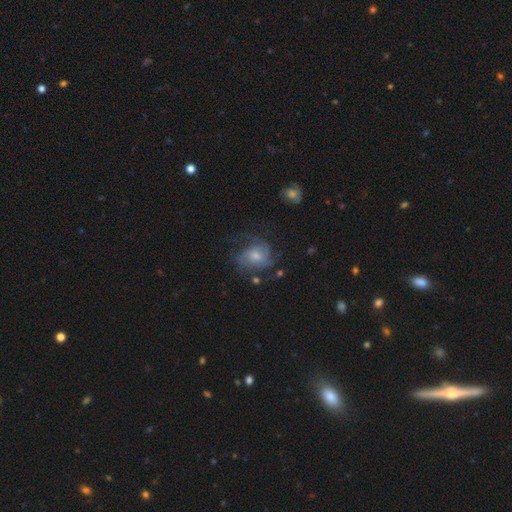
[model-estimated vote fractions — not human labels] Smooth or featured? Predicted: featured or disk (p=0.61). Edge-on disk? Predicted: no (p=0.97). Bar? Predicted: no (p=0.58). Spiral arms? Predicted: yes (p=0.79). Bulge size? Predicted: moderate (p=0.47). Merging? Predicted: none (p=0.47).